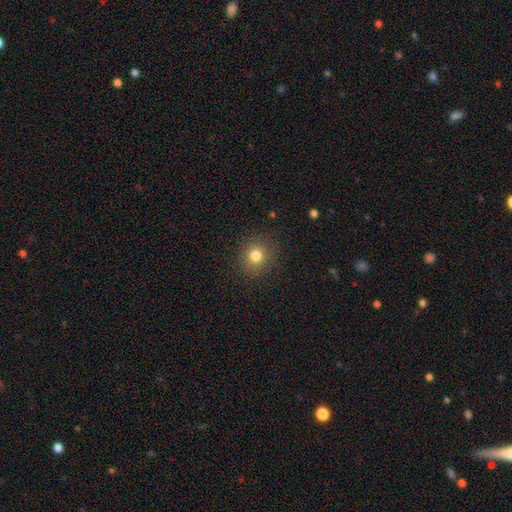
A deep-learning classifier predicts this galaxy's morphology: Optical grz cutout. It shows a smooth galaxy with no disk features (80%) that is round (87%). Merging: none (88%).